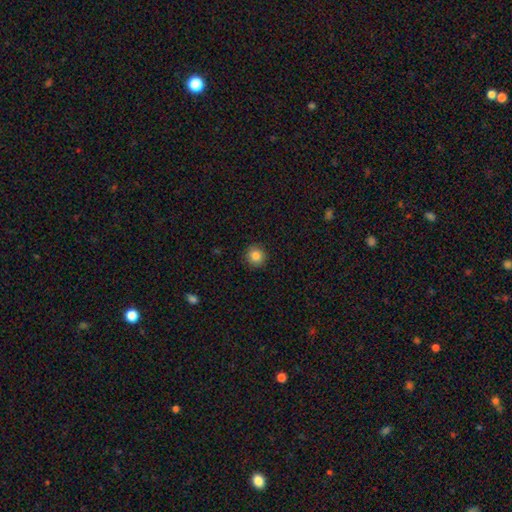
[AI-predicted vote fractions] The model was most divided on "smooth or featured": smooth: 85%, star or artifact: 10%, featured or disk: 5%. More confident: how rounded — round (92%); merging — none (91%).